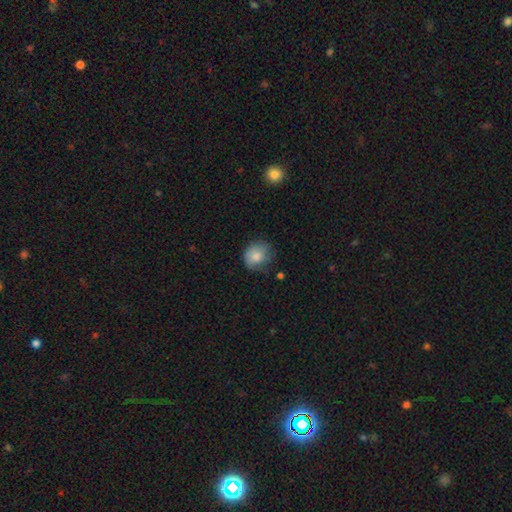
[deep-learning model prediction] Smooth or featured? Predicted: smooth (p=0.81). How rounded? Predicted: round (p=0.72). Merging? Predicted: none (p=0.58).